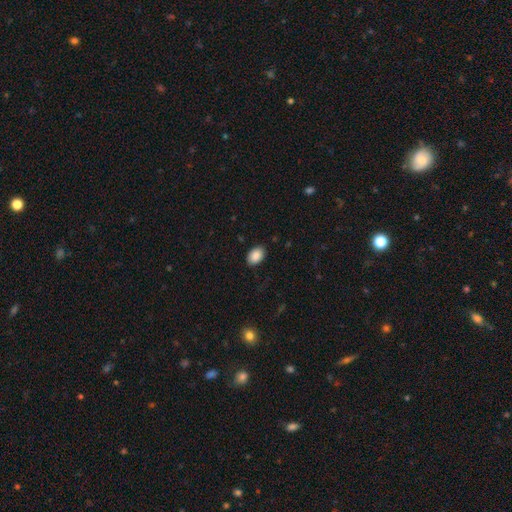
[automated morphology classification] type=smooth (89%); roundness=in between (85%); merging=none (88%).